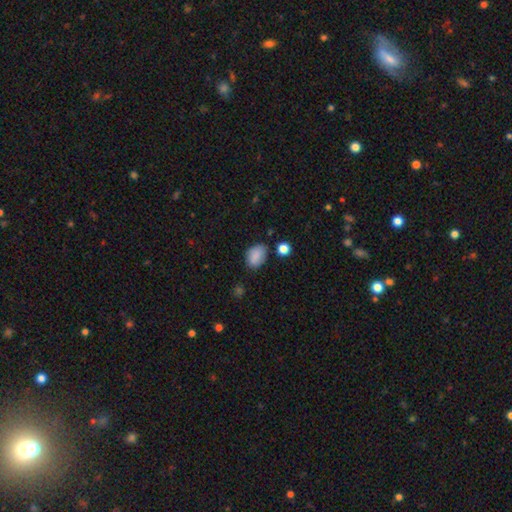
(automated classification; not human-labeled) Q: Smooth or featured?
A: smooth (87%); runner-up: star or artifact (9%)
Q: How rounded?
A: in between (80%); runner-up: round (18%)
Q: Merging?
A: none (73%); runner-up: minor disturbance (19%)